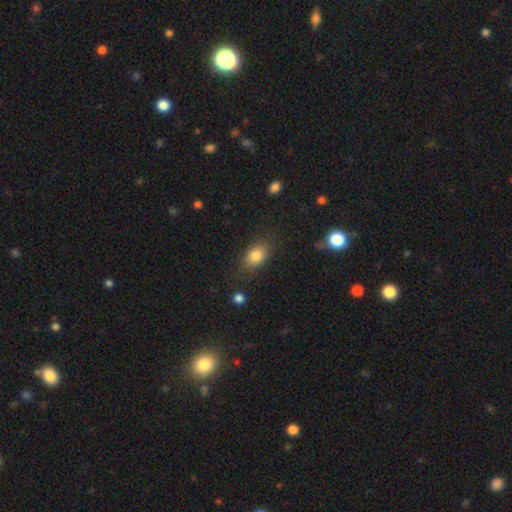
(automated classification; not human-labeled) smooth-or-featured: smooth: 82% | featured or disk: 9% | star or artifact: 9%
  how-rounded: in between: 84% | round: 13% | cigar-shaped: 3%
  merging: none: 79% | minor disturbance: 15% | major disturbance: 5% | merger: 2%